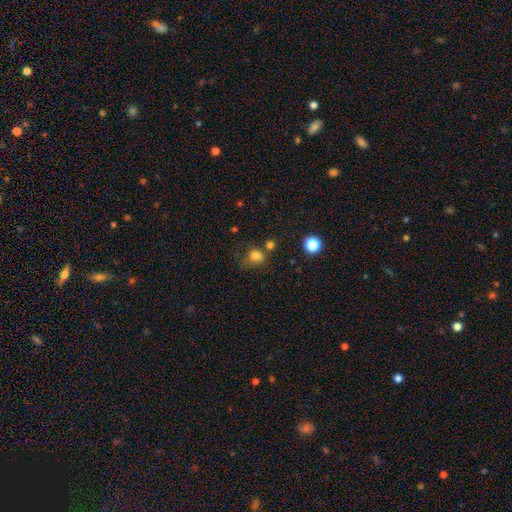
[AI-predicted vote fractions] A smooth galaxy with no disk features (78%) that is round (63%). Merging: none (50%).